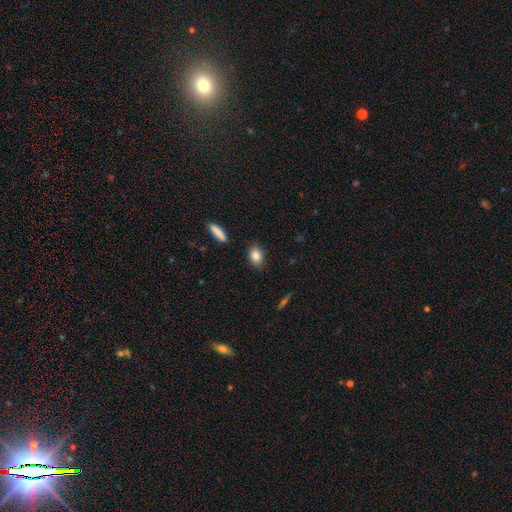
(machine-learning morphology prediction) The model was most divided on "how rounded": in between: 77%, round: 20%, cigar-shaped: 3%. More confident: merging — none (86%); smooth or featured — smooth (84%).